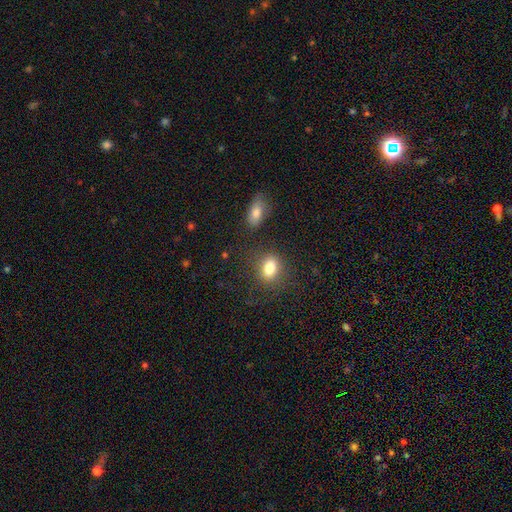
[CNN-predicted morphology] smooth-or-featured: smooth: 67% | star or artifact: 25% | featured or disk: 8%
  how-rounded: round: 71% | in between: 27% | cigar-shaped: 2%
  merging: none: 78% | merger: 10% | minor disturbance: 9% | major disturbance: 3%